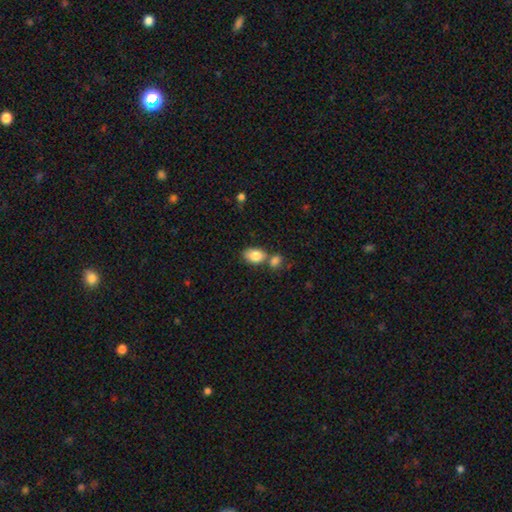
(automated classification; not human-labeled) This is clearly a smooth galaxy (84%). How rounded: clearly in between (83%). Merging: possibly none (45%).